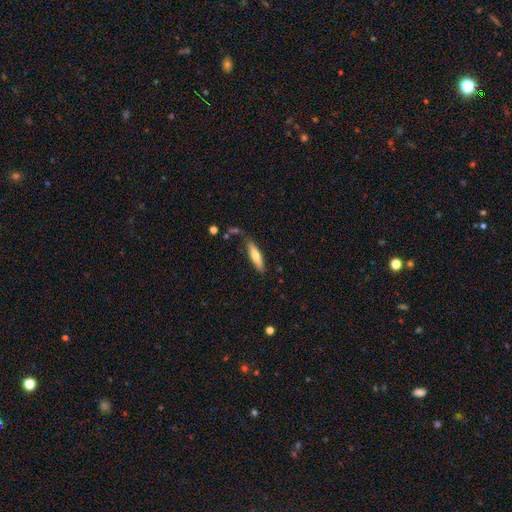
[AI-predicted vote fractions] Overall: smooth (61%; featured or disk 33%). How rounded: cigar-shaped (75%). Merging: none (78%).